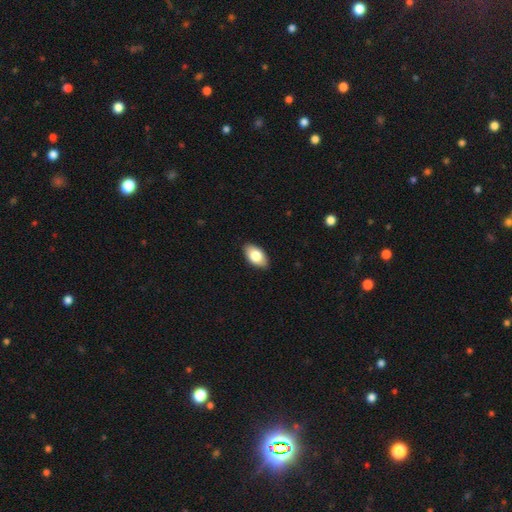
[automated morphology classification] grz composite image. It shows a smooth galaxy with no disk features (81%) that is in between round and cigar-shaped (94%). Merging: none (88%).